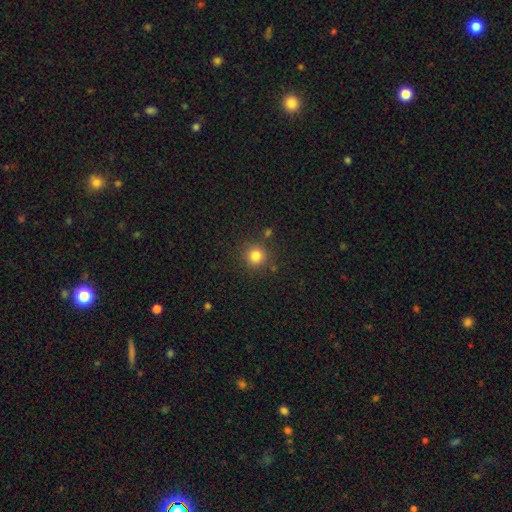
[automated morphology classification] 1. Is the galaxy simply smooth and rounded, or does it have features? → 82% smooth, 12% star or artifact, 5% featured or disk.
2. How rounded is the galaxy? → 93% round, 6% in between, 1% cigar-shaped.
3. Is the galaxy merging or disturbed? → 84% none, 8% minor disturbance, 5% merger, 3% major disturbance.